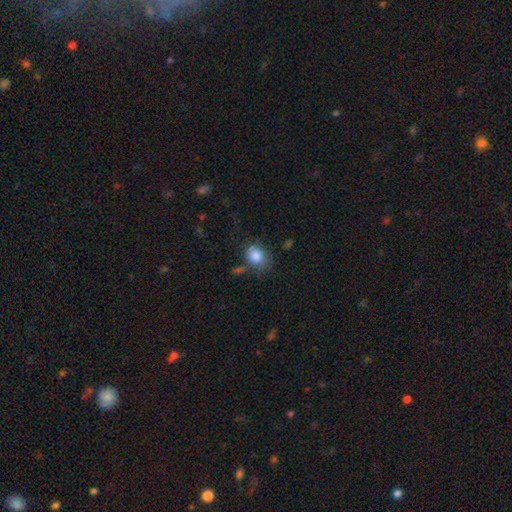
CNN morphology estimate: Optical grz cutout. It shows a smooth galaxy with no disk features (85%) that is in between round and cigar-shaped (55%). Merging: none (59%).